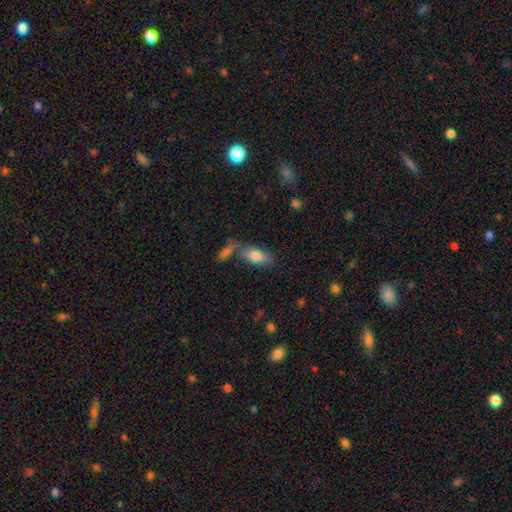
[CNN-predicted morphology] A smooth galaxy with no disk features (79%) that is in between round and cigar-shaped (87%).

Vote fractions:
- Smooth or featured? smooth: 79% / featured or disk: 14% / star or artifact: 7%
- How rounded? in between: 87% / cigar-shaped: 10% / round: 3%
- Merging? none: 52% / merger: 26% / minor disturbance: 15% / major disturbance: 6%